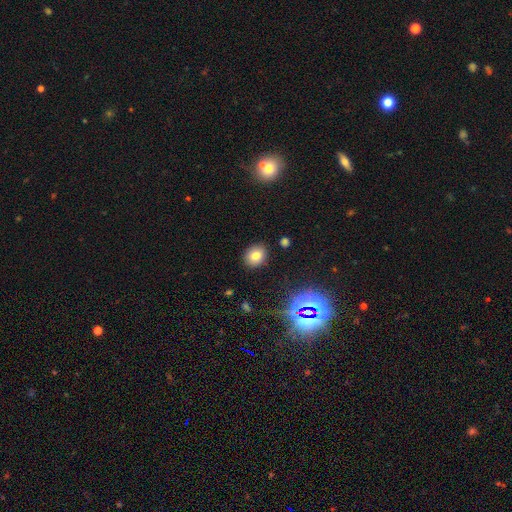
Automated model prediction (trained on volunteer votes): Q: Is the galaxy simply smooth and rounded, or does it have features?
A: smooth — 77%.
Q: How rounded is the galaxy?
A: round — 54%.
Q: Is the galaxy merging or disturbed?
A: none — 88%.